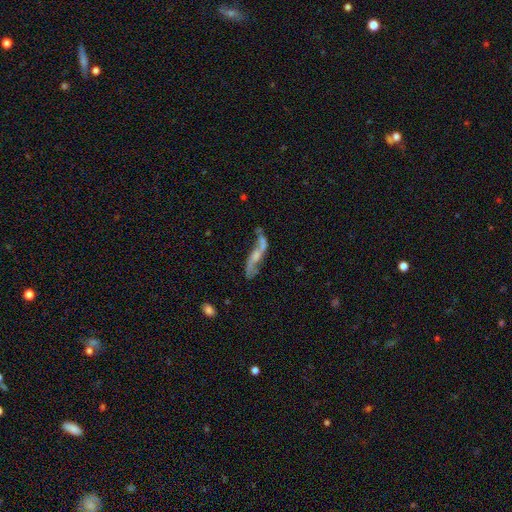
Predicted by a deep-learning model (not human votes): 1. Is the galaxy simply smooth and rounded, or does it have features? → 76% featured or disk, 16% smooth, 8% star or artifact.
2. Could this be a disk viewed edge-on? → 74% no, 26% yes.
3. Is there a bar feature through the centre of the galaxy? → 52% no, 35% weak, 13% strong.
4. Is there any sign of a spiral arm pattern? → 86% yes, 14% no.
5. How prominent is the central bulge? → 42% small, 36% moderate, 16% none, 4% large, 2% dominant.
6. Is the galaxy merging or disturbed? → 50% none, 21% minor disturbance, 15% merger, 14% major disturbance.